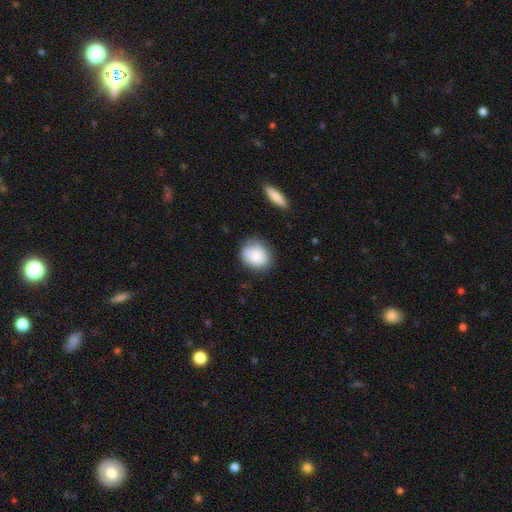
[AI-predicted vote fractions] Smooth or featured?
  - smooth: 81% *
  - featured or disk: 12%
  - star or artifact: 7%
How rounded?
  - round: 63% *
  - in between: 36%
  - cigar-shaped: 1%
Merging?
  - none: 75% *
  - minor disturbance: 19%
  - major disturbance: 5%
  - merger: 2%